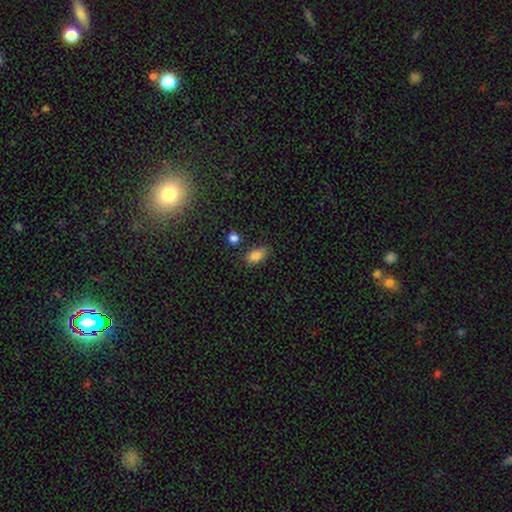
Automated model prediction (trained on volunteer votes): Smooth or featured: smooth — 84% (star or artifact — 9%)
How rounded: in between — 89% (round — 6%)
Merging: none — 79% (minor disturbance — 14%)